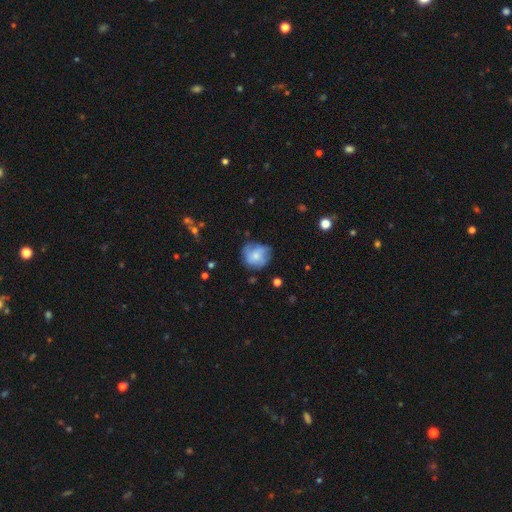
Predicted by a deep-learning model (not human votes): The model was most divided on "smooth or featured": smooth: 58%, featured or disk: 33%, star or artifact: 9%. More confident: how rounded — round (81%); merging — none (61%).